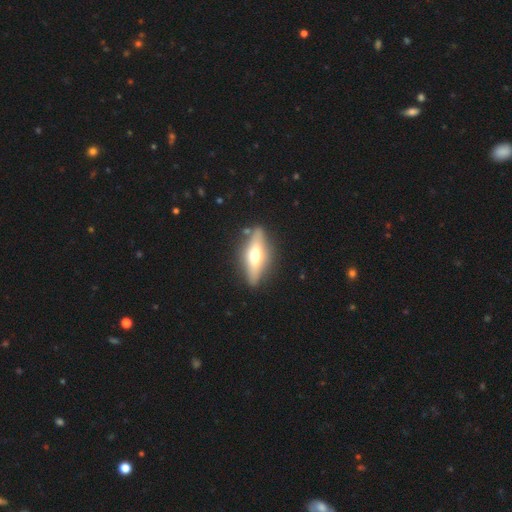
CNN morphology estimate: Smooth or featured?
  - featured or disk: 60% *
  - smooth: 34%
  - star or artifact: 6%
Edge-on disk?
  - yes: 88% *
  - no: 12%
Edge-on bulge?
  - rounded: 92% *
  - boxy: 5%
  - none: 3%
Merging?
  - none: 83% *
  - minor disturbance: 11%
  - major disturbance: 3%
  - merger: 3%